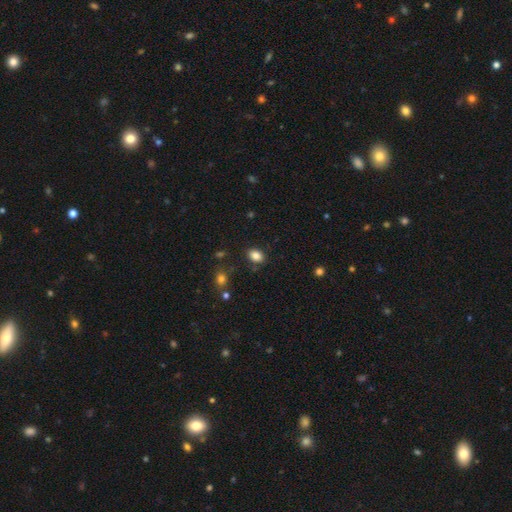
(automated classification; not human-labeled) smooth 85%, star or artifact 10%, featured or disk 5%. Down the decision tree: how rounded — in between (74%); merging — none (83%).